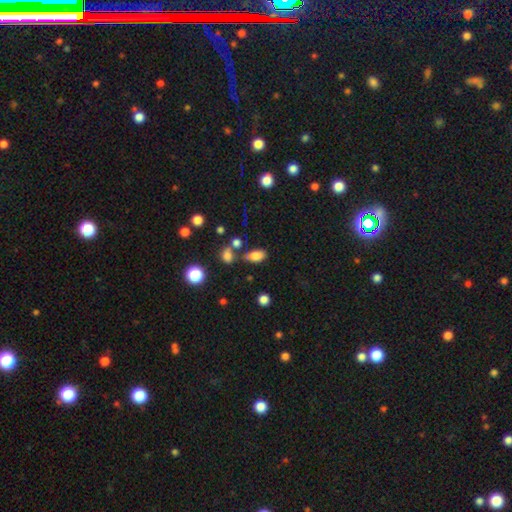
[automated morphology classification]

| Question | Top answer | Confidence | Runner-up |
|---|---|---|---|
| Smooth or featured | smooth | 81% | star or artifact (11%) |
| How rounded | in between | 89% | round (9%) |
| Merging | none | 67% | minor disturbance (14%) |